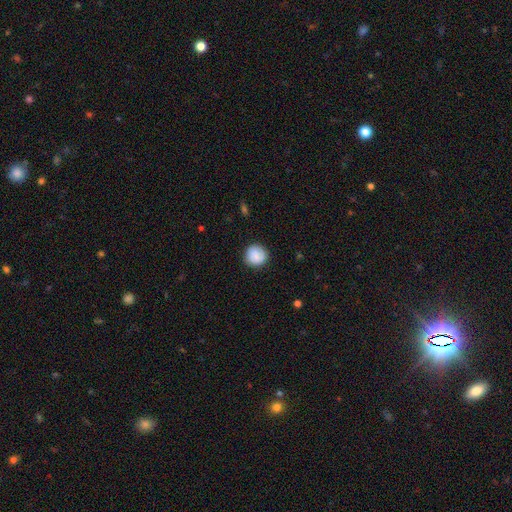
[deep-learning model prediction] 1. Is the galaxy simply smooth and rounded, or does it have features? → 84% smooth, 9% featured or disk, 7% star or artifact.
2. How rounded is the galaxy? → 93% round, 6% in between, 1% cigar-shaped.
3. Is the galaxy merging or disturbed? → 87% none, 9% minor disturbance, 2% major disturbance, 1% merger.